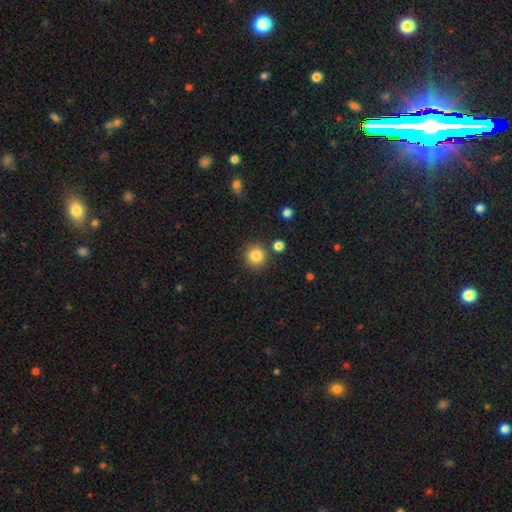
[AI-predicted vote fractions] This appears to be a smooth galaxy with no disk features (84%) that is round (94%). Merging: none (86%).